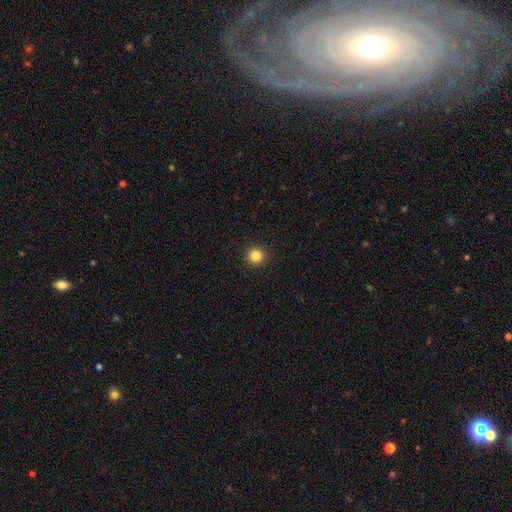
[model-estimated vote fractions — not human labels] A smooth galaxy with no disk features (85%) that is round (95%). Merging: none (93%).